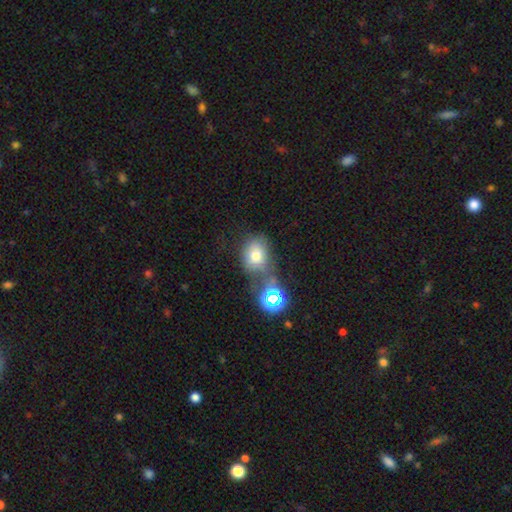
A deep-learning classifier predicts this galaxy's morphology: Smooth or featured?
  - smooth: 70% *
  - star or artifact: 17%
  - featured or disk: 13%
How rounded?
  - round: 54% *
  - in between: 45%
  - cigar-shaped: 1%
Merging?
  - none: 45% *
  - merger: 27%
  - minor disturbance: 18%
  - major disturbance: 10%